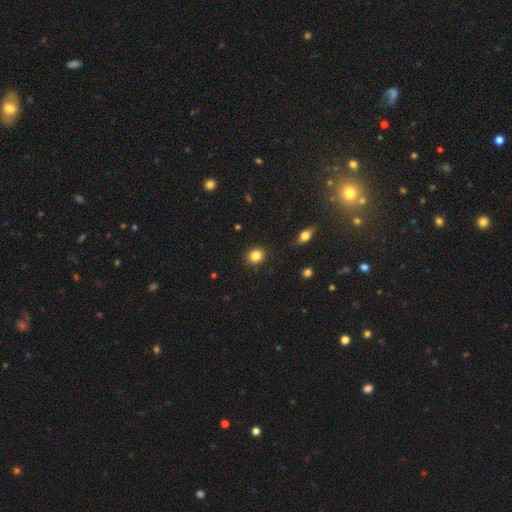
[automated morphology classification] The model was most divided on "how rounded": round: 74%, in between: 25%, cigar-shaped: 1%. More confident: merging — none (89%); smooth or featured — smooth (84%).